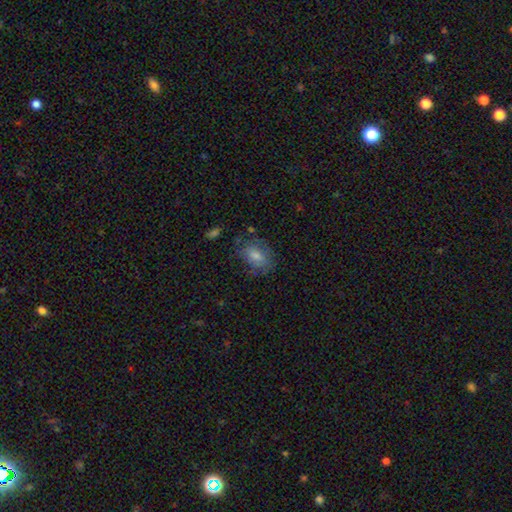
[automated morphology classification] The model was most divided on "smooth or featured": smooth: 62%, featured or disk: 26%, star or artifact: 12%. More confident: how rounded — in between (80%); merging — none (70%).